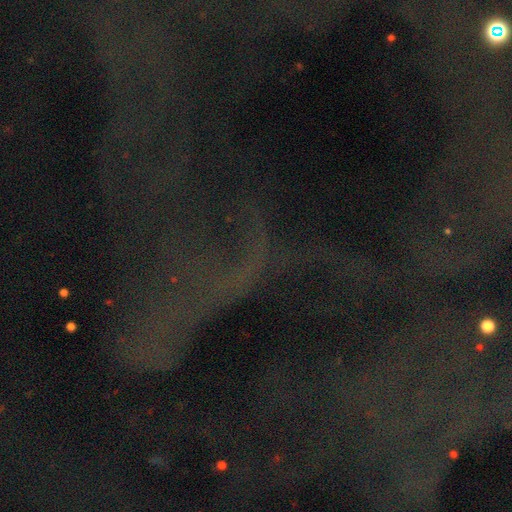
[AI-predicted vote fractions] Smooth or featured? star or artifact (76%)